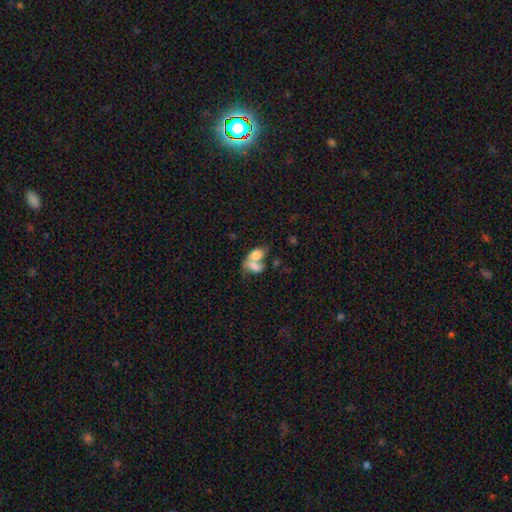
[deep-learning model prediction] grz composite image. It shows a smooth galaxy with no disk features (71%) that is in between round and cigar-shaped (85%). Merging: merger (72%).